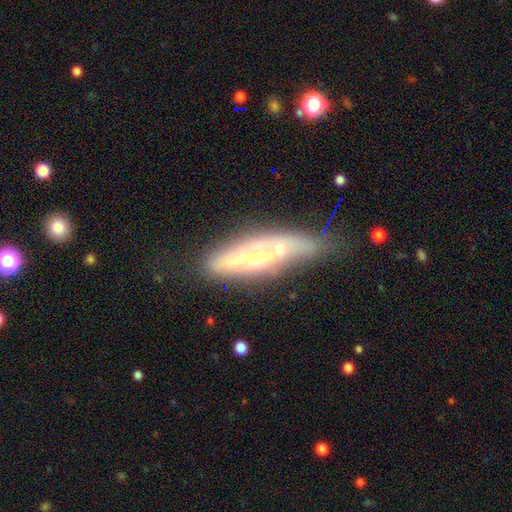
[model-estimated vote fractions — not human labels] The model was most divided on "merging": none: 51%, minor disturbance: 25%, major disturbance: 12%, merger: 12%. More confident: smooth or featured — featured or disk (66%); edge-on disk — yes (64%).